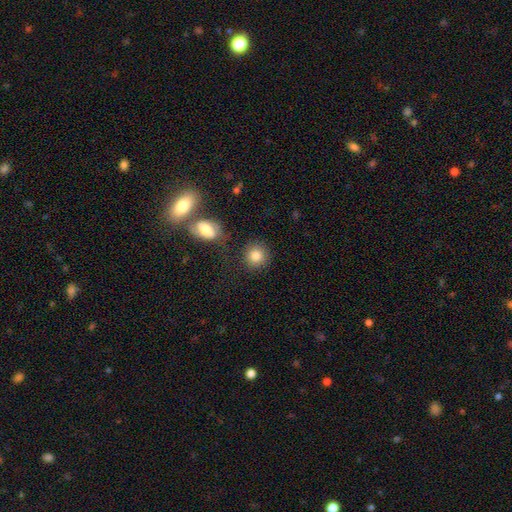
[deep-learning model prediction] Smooth or featured: smooth — 83% (star or artifact — 9%)
How rounded: round — 87% (in between — 12%)
Merging: none — 79% (minor disturbance — 9%)